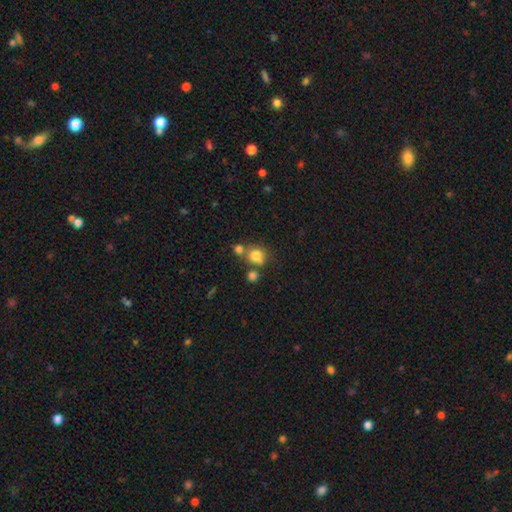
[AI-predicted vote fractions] Morphology: type=smooth (75%); roundness=round (76%); merging=none (50%).